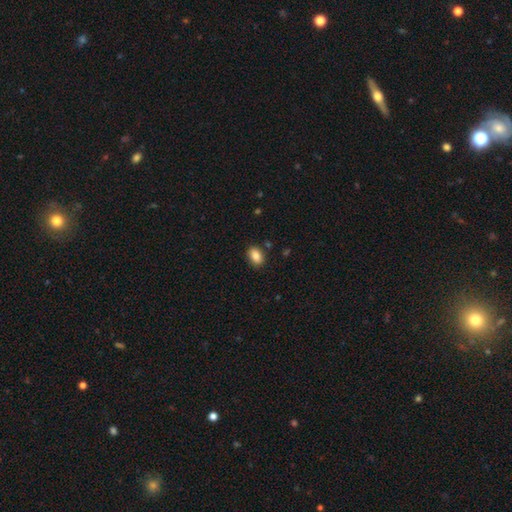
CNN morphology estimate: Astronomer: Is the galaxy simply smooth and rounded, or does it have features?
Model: smooth — 87%.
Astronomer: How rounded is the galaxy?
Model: in between — 81%.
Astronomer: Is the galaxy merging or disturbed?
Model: none — 87%.